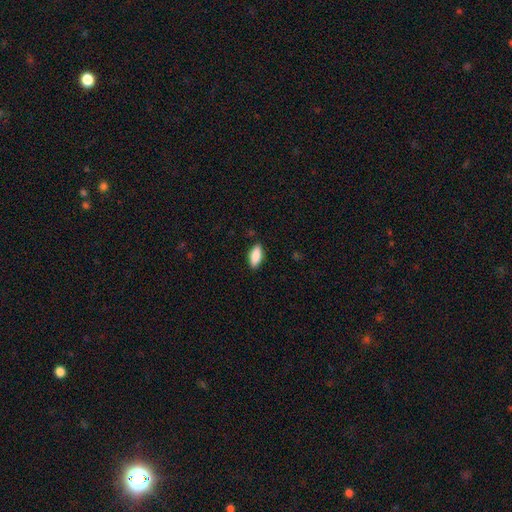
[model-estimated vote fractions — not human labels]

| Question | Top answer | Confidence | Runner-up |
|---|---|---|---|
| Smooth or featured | smooth | 86% | featured or disk (8%) |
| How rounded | in between | 85% | cigar-shaped (13%) |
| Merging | none | 87% | minor disturbance (10%) |